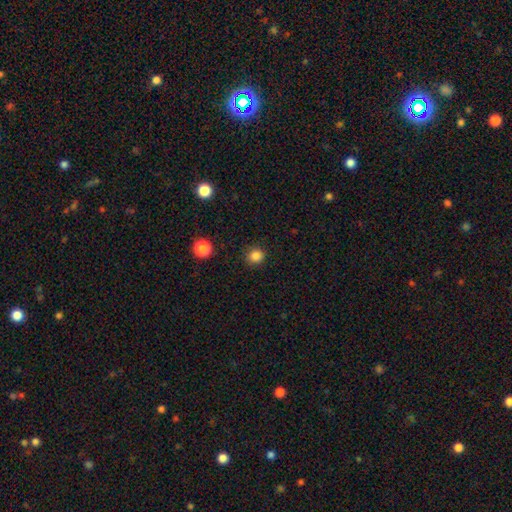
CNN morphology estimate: The model was most divided on "smooth or featured": smooth: 84%, star or artifact: 13%, featured or disk: 3%. More confident: how rounded — round (90%); merging — none (89%).